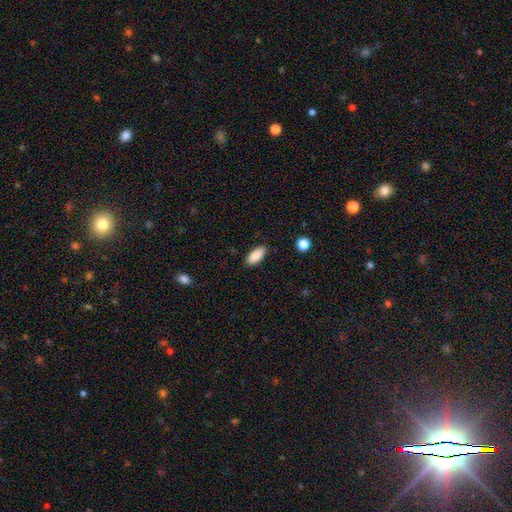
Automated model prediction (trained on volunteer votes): The model was most divided on "how rounded": in between: 87%, cigar-shaped: 11%, round: 2%. More confident: smooth or featured — smooth (88%); merging — none (87%).